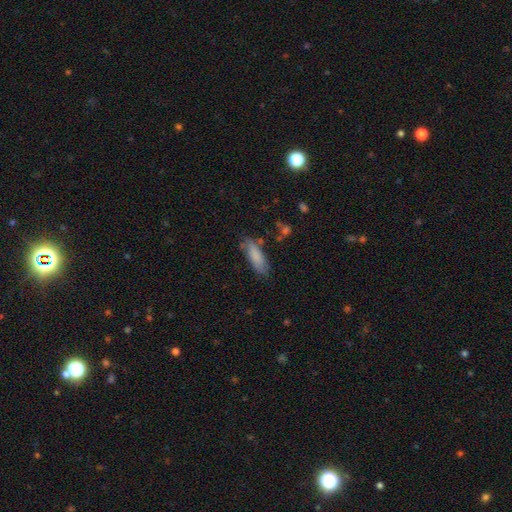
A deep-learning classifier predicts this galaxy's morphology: smooth 83%, featured or disk 11%, star or artifact 7%. Down the decision tree: how rounded — in between (53%); merging — none (74%).